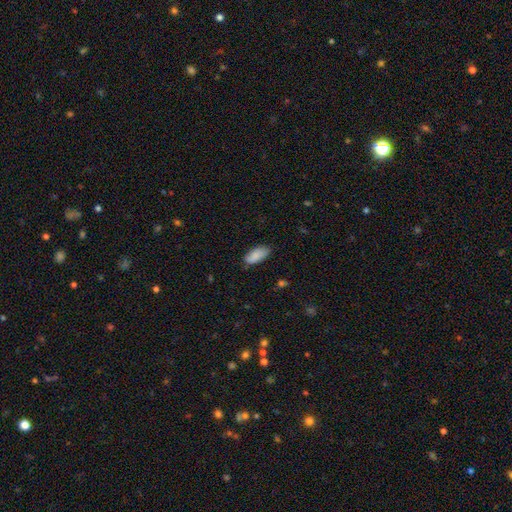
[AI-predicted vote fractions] Q: Smooth or featured?
A: smooth (86%); runner-up: featured or disk (8%)
Q: How rounded?
A: in between (90%); runner-up: cigar-shaped (8%)
Q: Merging?
A: none (78%); runner-up: minor disturbance (18%)